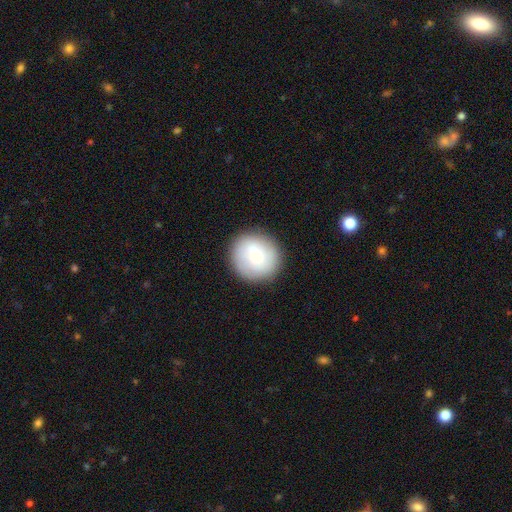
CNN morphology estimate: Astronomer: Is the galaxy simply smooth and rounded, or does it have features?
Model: smooth — 76%.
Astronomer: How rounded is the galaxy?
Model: round — 91%.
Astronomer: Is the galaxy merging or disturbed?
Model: none — 87%.